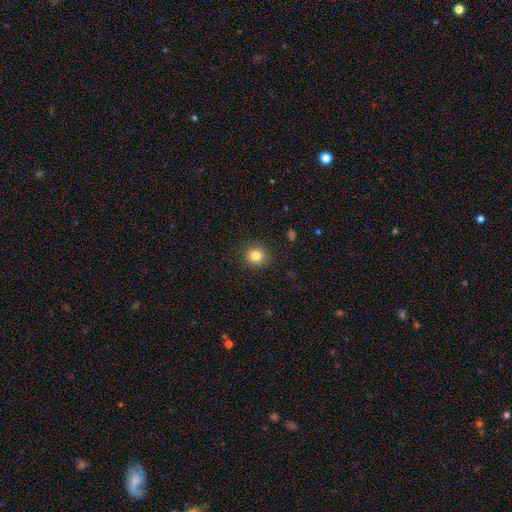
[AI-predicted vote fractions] Overall: smooth (82%). How rounded: round (87%). Merging: none (90%).